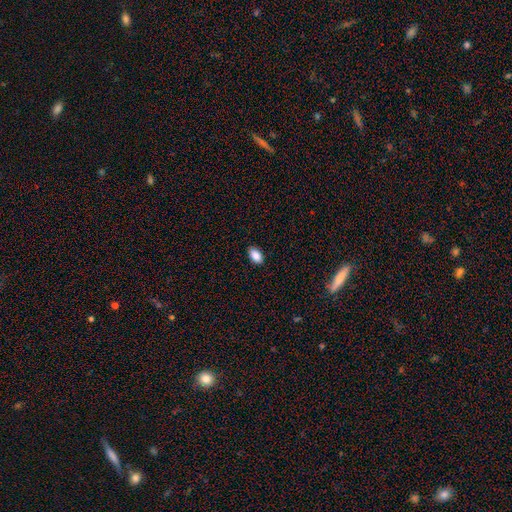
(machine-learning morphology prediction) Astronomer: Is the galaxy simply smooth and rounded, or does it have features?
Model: smooth — 89%.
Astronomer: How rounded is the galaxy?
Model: in between — 92%.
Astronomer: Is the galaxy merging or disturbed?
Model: none — 89%.